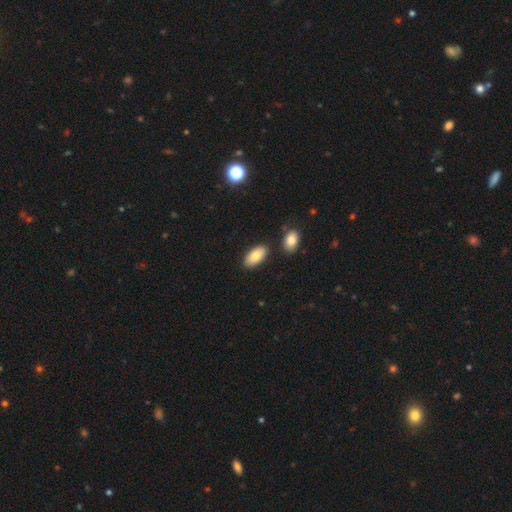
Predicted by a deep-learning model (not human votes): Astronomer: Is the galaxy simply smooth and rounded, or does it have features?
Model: smooth — 83%.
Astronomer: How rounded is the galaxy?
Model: in between — 93%.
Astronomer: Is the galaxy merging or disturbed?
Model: none — 82%.